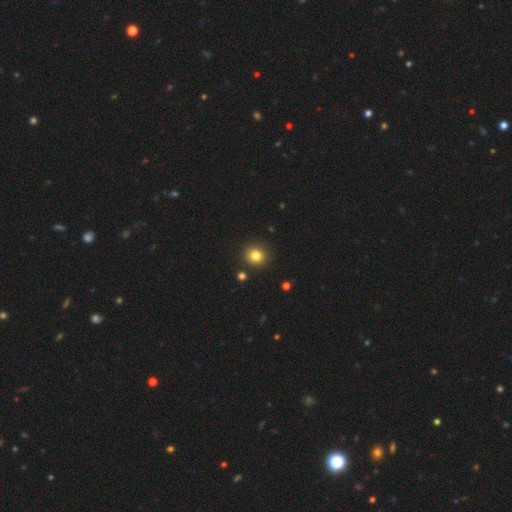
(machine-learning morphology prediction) smooth 81%, star or artifact 13%, featured or disk 6%. Down the decision tree: how rounded — round (88%); merging — none (90%).